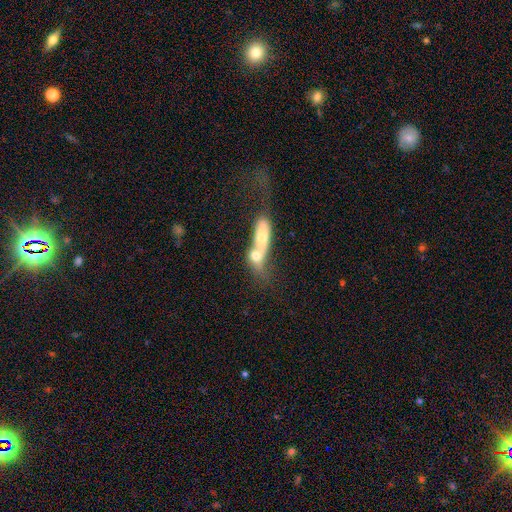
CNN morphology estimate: Smooth or featured? smooth (63%)
How rounded? in between (55%)
Merging? merger (78%)